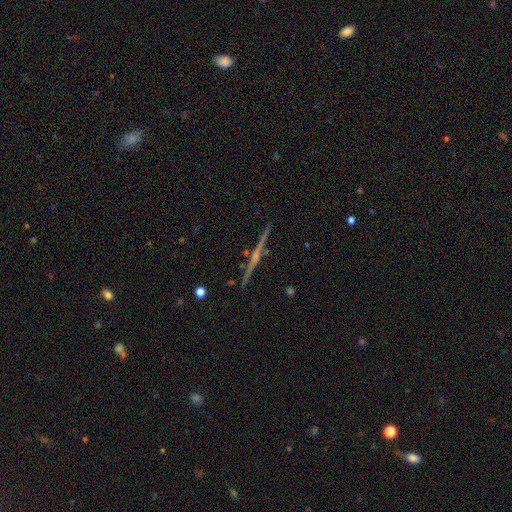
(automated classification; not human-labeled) A featured or disk galaxy (78%) viewed edge-on (98%) with a rounded central bulge (54%).

Vote fractions:
- Smooth or featured? featured or disk: 78% / smooth: 13% / star or artifact: 9%
- Edge-on disk? yes: 98% / no: 2%
- Edge-on bulge? rounded: 54% / none: 36% / boxy: 10%
- Merging? none: 91% / minor disturbance: 6% / merger: 1% / major disturbance: 1%